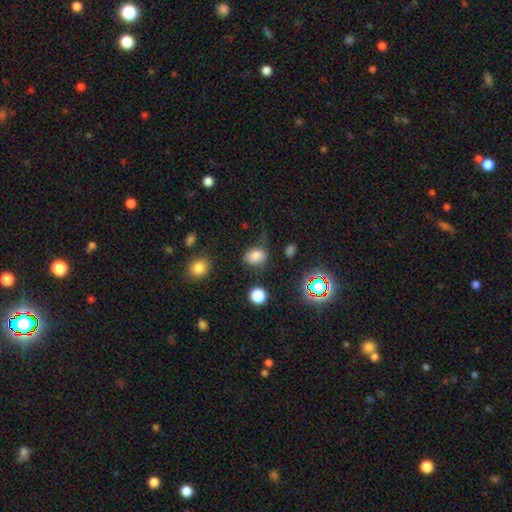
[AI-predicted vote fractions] The model was most divided on "how rounded": in between: 63%, round: 36%, cigar-shaped: 1%. More confident: smooth or featured — smooth (77%); merging — none (62%).